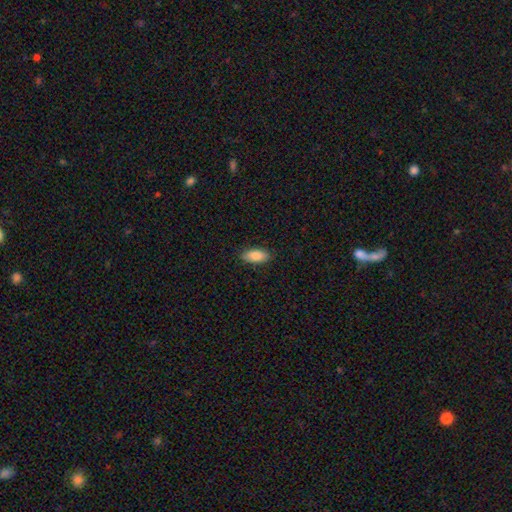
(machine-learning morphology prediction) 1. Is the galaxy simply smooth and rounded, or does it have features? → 85% smooth, 9% featured or disk, 7% star or artifact.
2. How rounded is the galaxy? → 89% in between, 9% cigar-shaped, 2% round.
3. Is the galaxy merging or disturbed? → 86% none, 11% minor disturbance, 2% major disturbance, 1% merger.